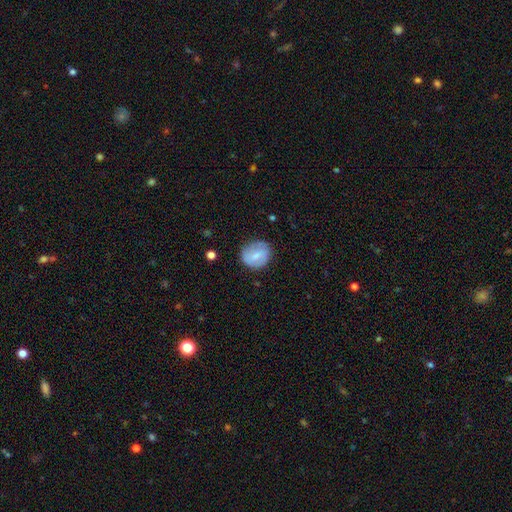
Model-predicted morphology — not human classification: Smooth or featured?
  - smooth: 64% *
  - featured or disk: 29%
  - star or artifact: 7%
How rounded?
  - round: 74% *
  - in between: 25%
  - cigar-shaped: 1%
Merging?
  - none: 77% *
  - minor disturbance: 17%
  - major disturbance: 5%
  - merger: 1%